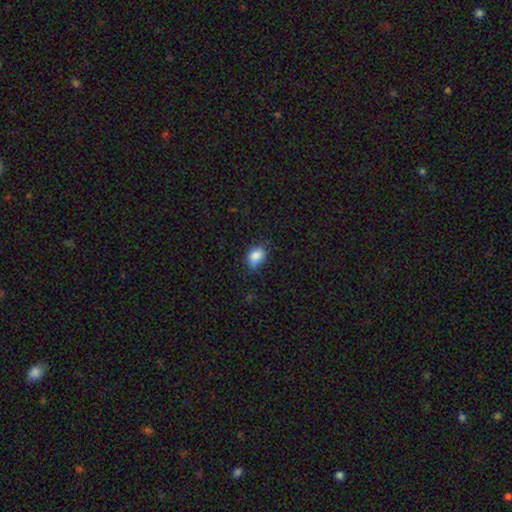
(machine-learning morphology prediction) A smooth galaxy with no disk features (86%) that is in between round and cigar-shaped (72%). Merging: none (63%).